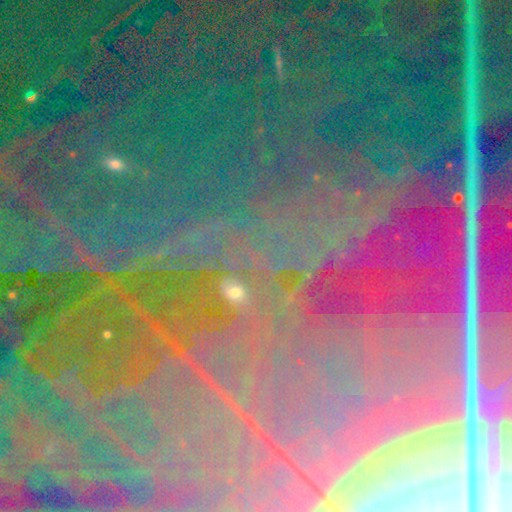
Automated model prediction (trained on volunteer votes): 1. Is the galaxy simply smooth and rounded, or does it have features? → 87% star or artifact, 7% featured or disk, 6% smooth.